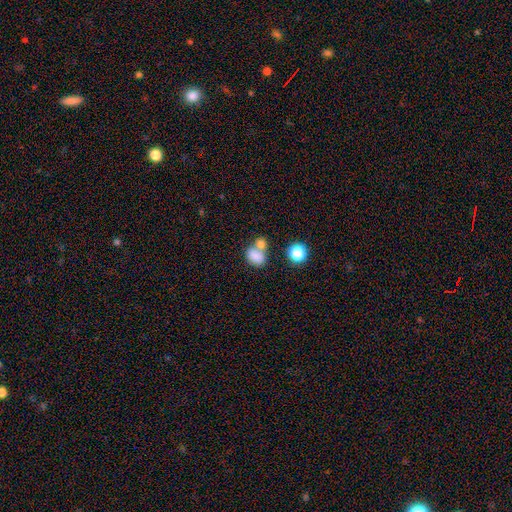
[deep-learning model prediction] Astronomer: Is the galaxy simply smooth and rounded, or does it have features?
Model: smooth — 80%.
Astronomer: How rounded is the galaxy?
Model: in between — 71%.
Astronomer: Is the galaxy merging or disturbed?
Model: merger — 50% (runner-up: none, 35%).